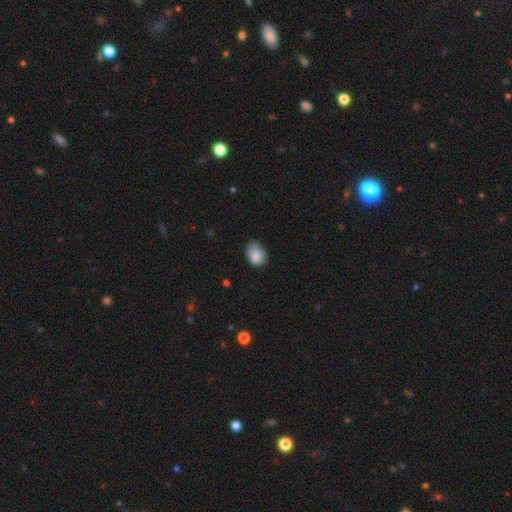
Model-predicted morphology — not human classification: A smooth galaxy with no disk features (82%) that is in between round and cigar-shaped (67%). Merging: none (52%).